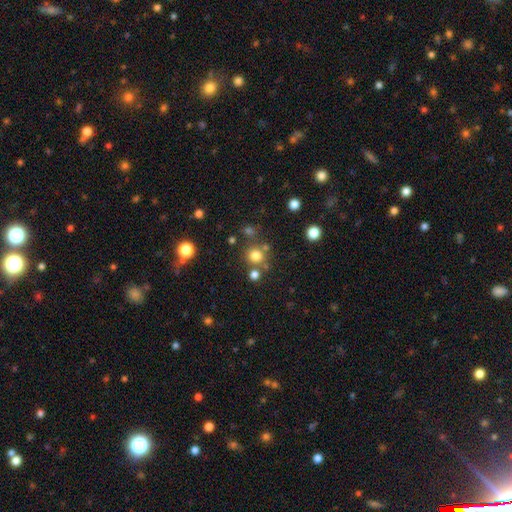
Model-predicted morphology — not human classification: A smooth galaxy with no disk features (76%) that is round (89%). Merging: none (74%).